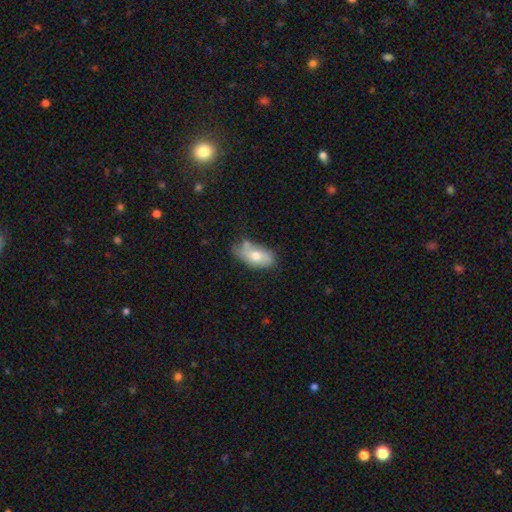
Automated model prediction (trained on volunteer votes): This is possibly a smooth galaxy (59%). How rounded: clearly in between (90%). Merging: marginally none (45%).